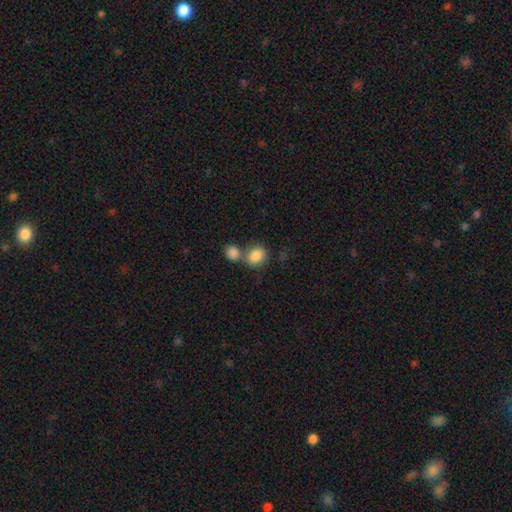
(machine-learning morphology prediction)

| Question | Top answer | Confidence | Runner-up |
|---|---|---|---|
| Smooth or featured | smooth | 85% | star or artifact (8%) |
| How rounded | round | 54% | in between (45%) |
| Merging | none | 45% | merger (42%) |